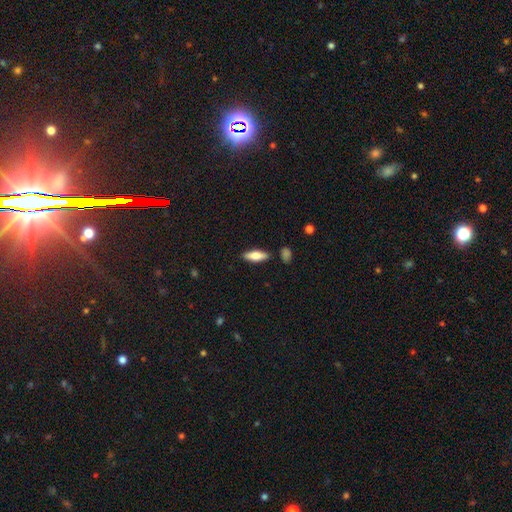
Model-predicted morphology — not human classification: Smooth or featured?
  - smooth: 69% *
  - featured or disk: 25%
  - star or artifact: 6%
How rounded?
  - in between: 55% *
  - cigar-shaped: 42%
  - round: 2%
Merging?
  - none: 85% *
  - minor disturbance: 10%
  - merger: 3%
  - major disturbance: 2%